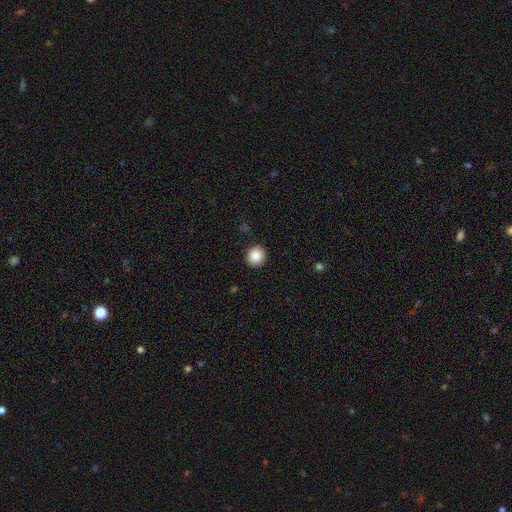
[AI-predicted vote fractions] A smooth galaxy with no disk features (86%) that is round (94%).

Vote fractions:
- Smooth or featured? smooth: 86% / star or artifact: 9% / featured or disk: 5%
- How rounded? round: 94% / in between: 5% / cigar-shaped: 1%
- Merging? none: 92% / minor disturbance: 5% / major disturbance: 2% / merger: 1%